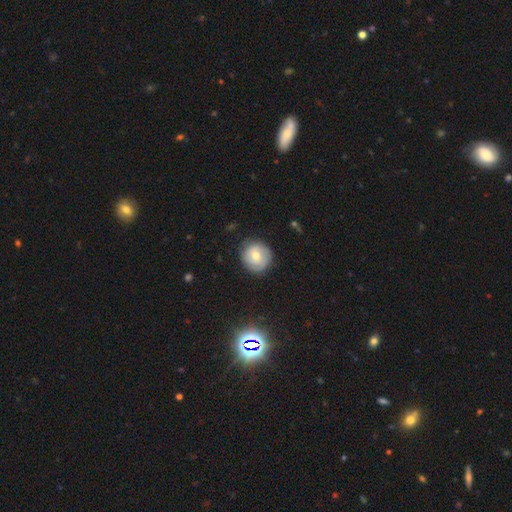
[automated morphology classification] Smooth or featured: smooth — 62% (featured or disk — 30%)
How rounded: round — 91% (in between — 8%)
Merging: none — 81% (minor disturbance — 15%)